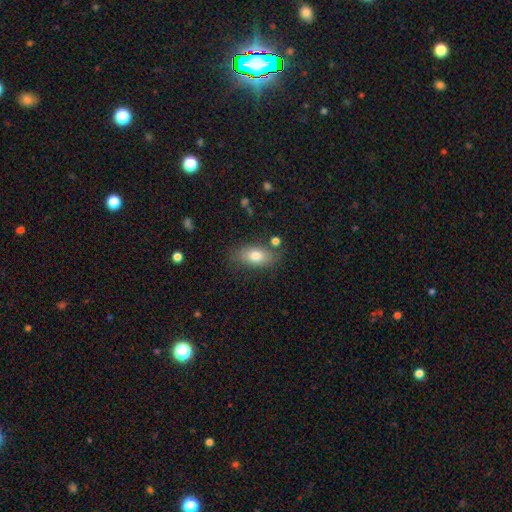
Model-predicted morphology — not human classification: This is likely a smooth galaxy (79%). How rounded: clearly in between (88%). Merging: likely none (77%).